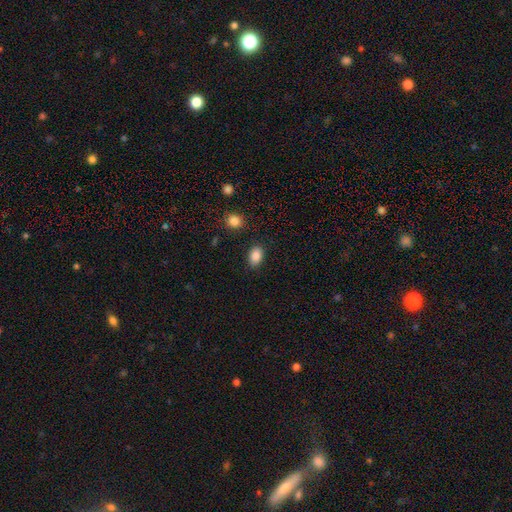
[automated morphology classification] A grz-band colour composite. It shows a smooth galaxy with no disk features (87%) that is in between round and cigar-shaped (83%). Merging: none (86%).